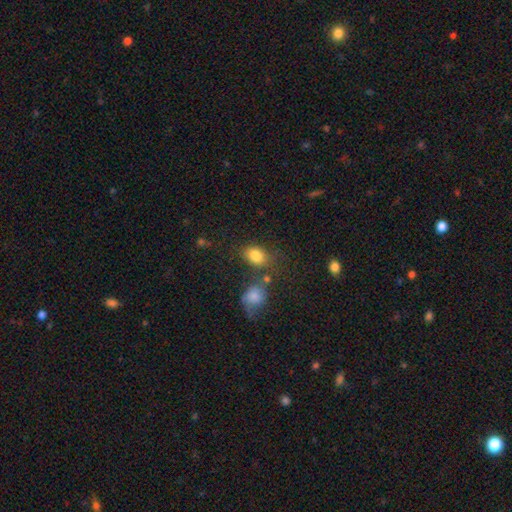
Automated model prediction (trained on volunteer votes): The model was most divided on "merging": none: 60%, minor disturbance: 17%, merger: 16%, major disturbance: 7%. More confident: smooth or featured — smooth (83%); how rounded — in between (73%).